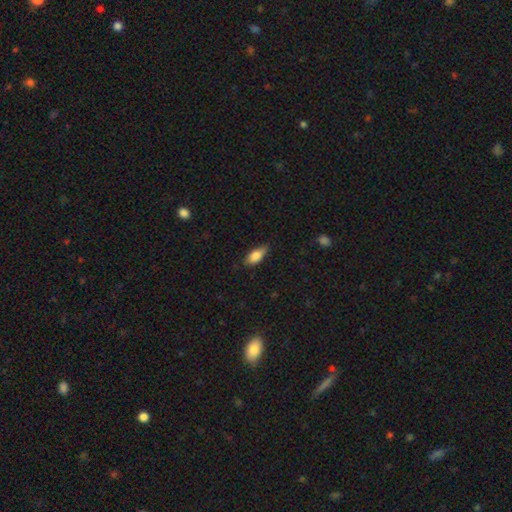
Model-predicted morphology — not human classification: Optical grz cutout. It shows a smooth galaxy with no disk features (81%) that is in between round and cigar-shaped (83%). Merging: none (72%).